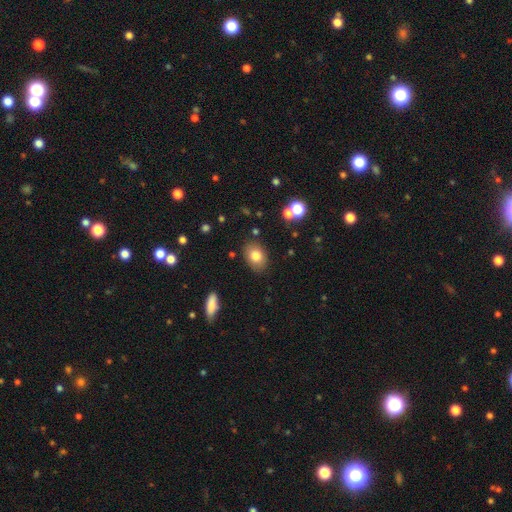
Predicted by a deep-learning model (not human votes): A smooth galaxy with no disk features (80%) that is in between round and cigar-shaped (72%).

Vote fractions:
- Smooth or featured? smooth: 80% / featured or disk: 11% / star or artifact: 9%
- How rounded? in between: 72% / round: 27% / cigar-shaped: 1%
- Merging? none: 83% / minor disturbance: 12% / major disturbance: 3% / merger: 2%